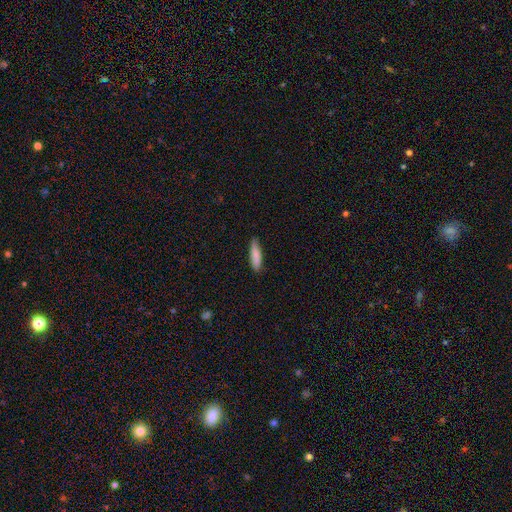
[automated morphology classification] A smooth galaxy with no disk features (84%) that is cigar-shaped (72%).

Vote fractions:
- Smooth or featured? smooth: 84% / featured or disk: 10% / star or artifact: 6%
- How rounded? cigar-shaped: 72% / in between: 26% / round: 1%
- Merging? none: 81% / minor disturbance: 15% / major disturbance: 2% / merger: 1%